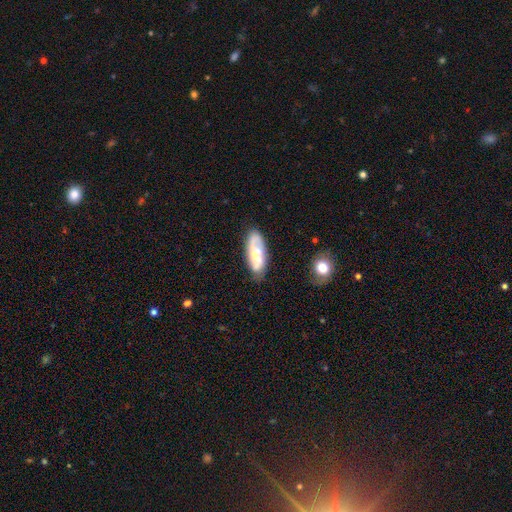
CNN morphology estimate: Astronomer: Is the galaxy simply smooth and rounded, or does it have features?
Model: featured or disk — 50% (runner-up: smooth, 43%).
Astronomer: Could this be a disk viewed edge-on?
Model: no — 89%.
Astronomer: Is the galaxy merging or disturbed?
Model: none — 74%.